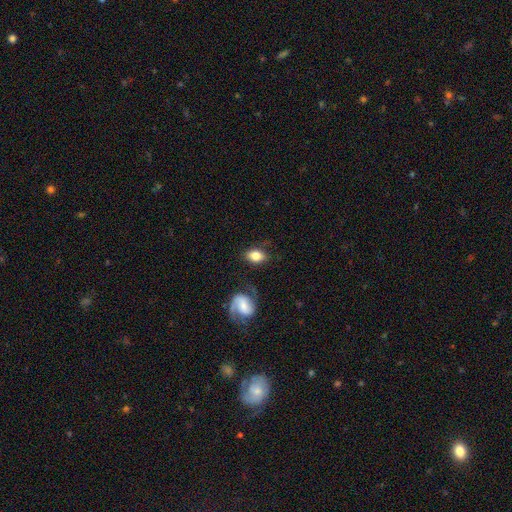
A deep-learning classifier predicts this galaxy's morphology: A smooth galaxy with no disk features (75%) that is in between round and cigar-shaped (79%). Merging: none (72%).